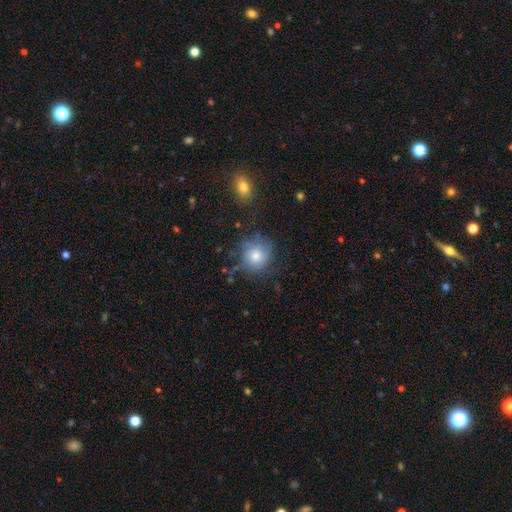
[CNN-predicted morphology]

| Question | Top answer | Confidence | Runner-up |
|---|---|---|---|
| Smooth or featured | smooth | 76% | featured or disk (13%) |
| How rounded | round | 87% | in between (12%) |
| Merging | none | 73% | minor disturbance (18%) |